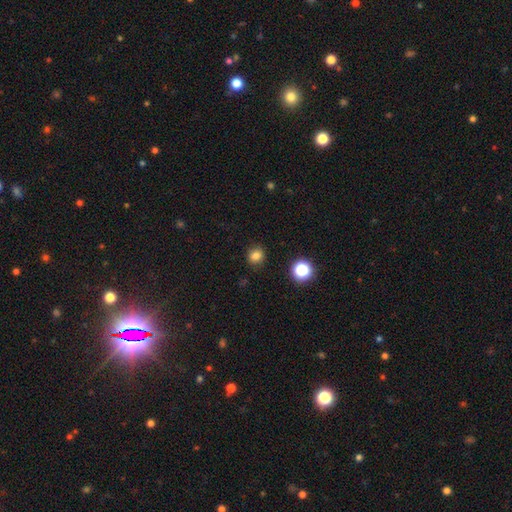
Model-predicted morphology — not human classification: This appears to be a smooth galaxy with no disk features (81%) that is round (83%). Merging: none (88%).